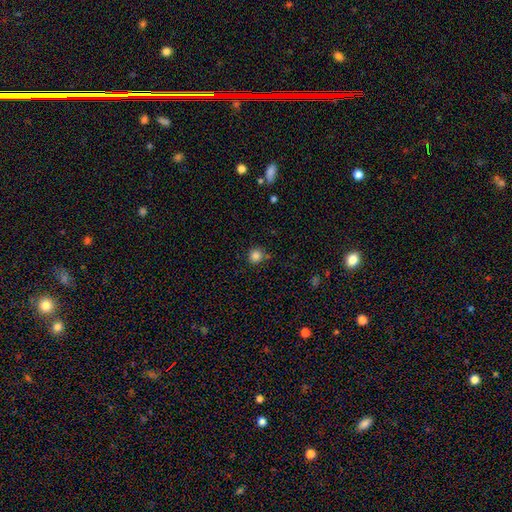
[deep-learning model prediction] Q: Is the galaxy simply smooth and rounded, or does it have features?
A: smooth — 84%.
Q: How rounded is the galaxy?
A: round — 92%.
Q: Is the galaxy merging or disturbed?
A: none — 81%.